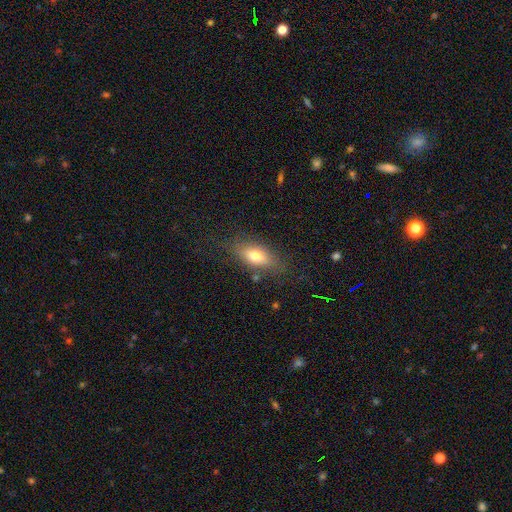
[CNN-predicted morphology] Overall: smooth (71%). How rounded: in between (81%). Merging: none (76%).